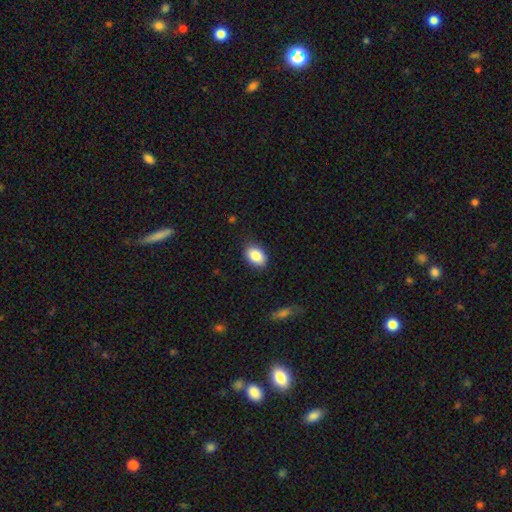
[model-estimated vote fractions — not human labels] A smooth galaxy with no disk features (86%) that is in between round and cigar-shaped (84%). Merging: none (86%).